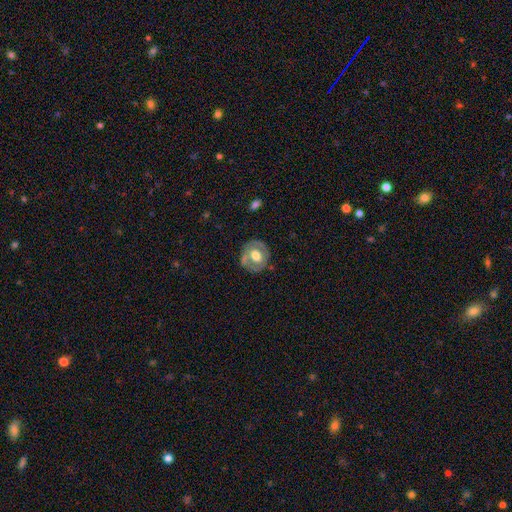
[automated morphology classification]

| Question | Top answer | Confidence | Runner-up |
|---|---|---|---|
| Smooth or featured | featured or disk | 48% | smooth (46%) |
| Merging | none | 72% | minor disturbance (19%) |